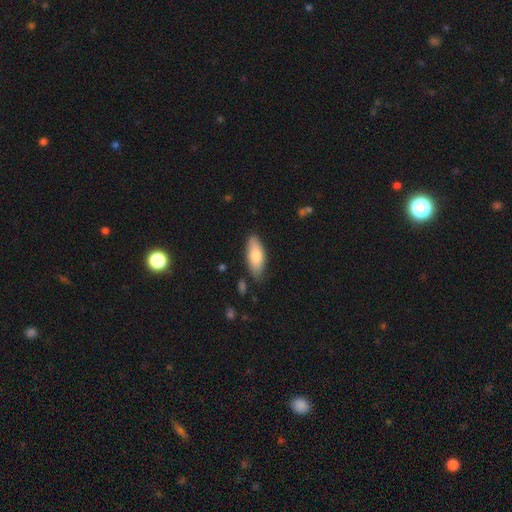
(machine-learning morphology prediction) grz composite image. It shows a smooth galaxy with no disk features (77%) that is in between round and cigar-shaped (76%). Merging: none (80%).